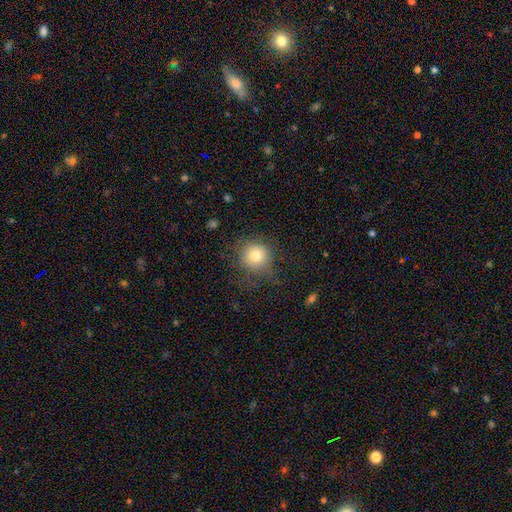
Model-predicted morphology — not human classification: smooth-or-featured: smooth: 77% | star or artifact: 12% | featured or disk: 11%
  how-rounded: round: 91% | in between: 8% | cigar-shaped: 1%
  merging: none: 69% | minor disturbance: 19% | major disturbance: 10% | merger: 1%